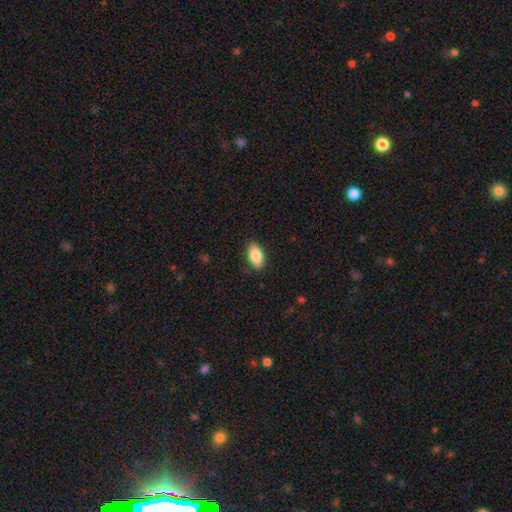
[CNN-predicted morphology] The model was most divided on "merging": none: 87%, minor disturbance: 10%, major disturbance: 2%, merger: 1%. More confident: how rounded — in between (92%); smooth or featured — smooth (85%).